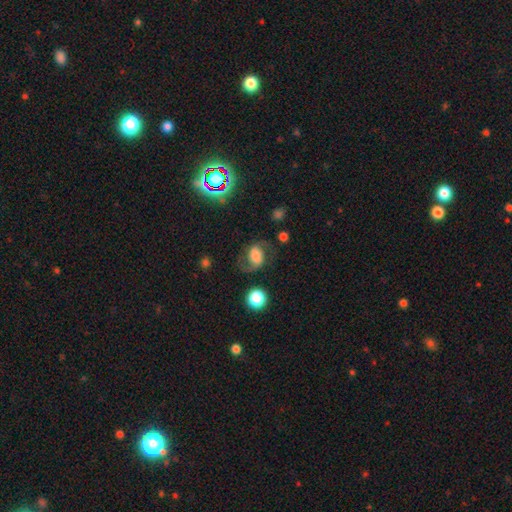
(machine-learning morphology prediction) Q: Smooth or featured?
A: featured or disk (59%); runner-up: smooth (30%)
Q: Edge-on disk?
A: no (97%); runner-up: yes (3%)
Q: Bar?
A: no (40%); runner-up: weak (39%)
Q: Spiral arms?
A: yes (90%); runner-up: no (10%)
Q: Spiral winding?
A: loose (48%); runner-up: medium (42%)
Q: Spiral arm count?
A: 2 (90%); runner-up: can't tell (3%)
Q: Bulge size?
A: large (36%); runner-up: moderate (30%)
Q: Merging?
A: none (65%); runner-up: minor disturbance (18%)